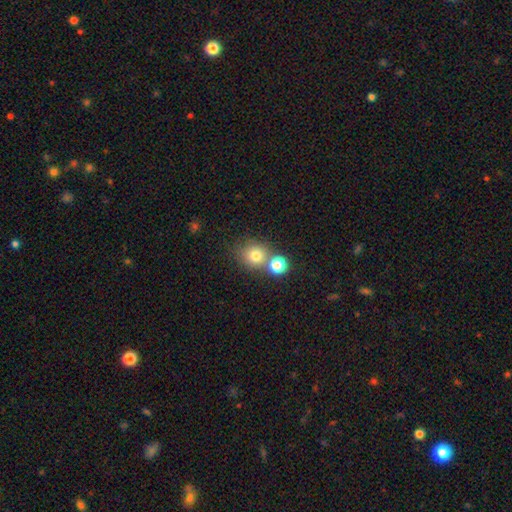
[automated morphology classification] smooth-or-featured: smooth: 76% | star or artifact: 14% | featured or disk: 10%
  how-rounded: round: 82% | in between: 17% | cigar-shaped: 1%
  merging: none: 53% | merger: 35% | minor disturbance: 9% | major disturbance: 4%